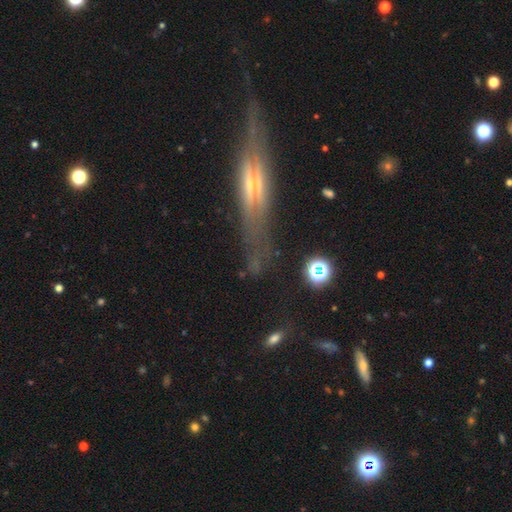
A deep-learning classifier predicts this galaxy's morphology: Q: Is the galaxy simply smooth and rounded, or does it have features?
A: featured or disk — 69%.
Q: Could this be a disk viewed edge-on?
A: yes — 87%.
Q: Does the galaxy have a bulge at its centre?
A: rounded — 65%.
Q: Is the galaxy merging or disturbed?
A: none — 73%.